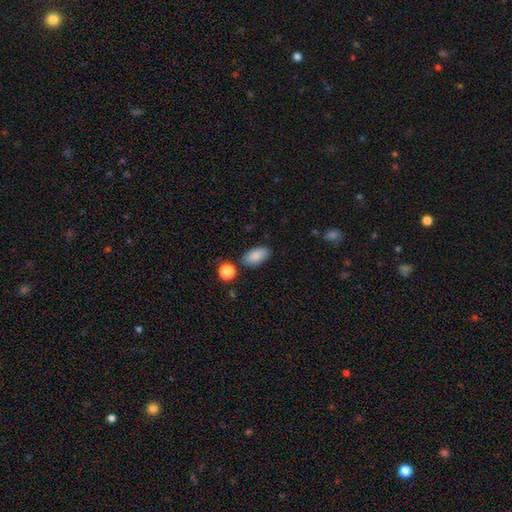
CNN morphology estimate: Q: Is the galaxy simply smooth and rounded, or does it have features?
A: smooth — 86%.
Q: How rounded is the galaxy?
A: in between — 92%.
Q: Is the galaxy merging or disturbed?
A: none — 81%.